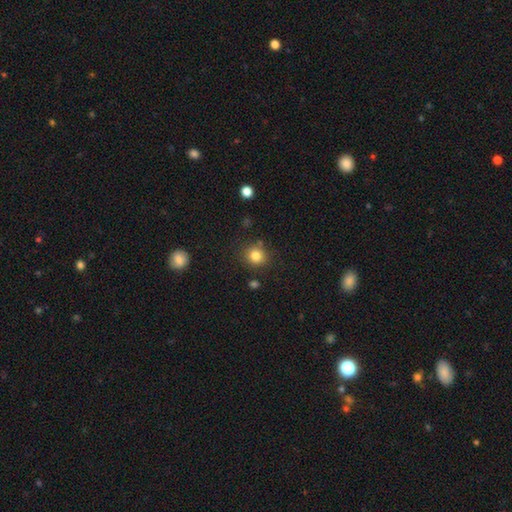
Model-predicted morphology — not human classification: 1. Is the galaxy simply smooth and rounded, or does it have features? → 82% smooth, 12% star or artifact, 6% featured or disk.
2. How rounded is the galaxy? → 85% round, 14% in between, 1% cigar-shaped.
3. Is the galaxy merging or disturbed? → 82% none, 10% minor disturbance, 5% merger, 3% major disturbance.